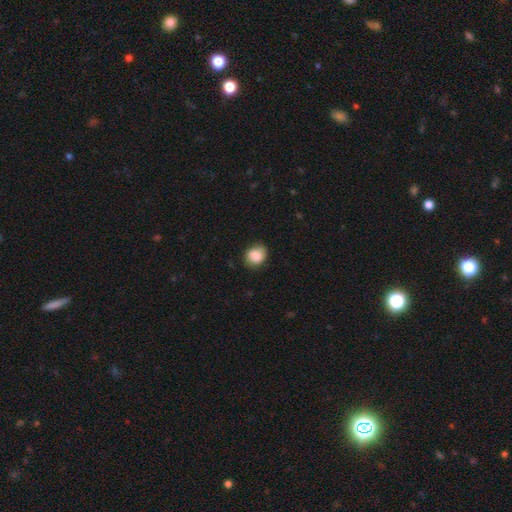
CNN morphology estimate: type=smooth (82%); roundness=round (70%); merging=none (75%).